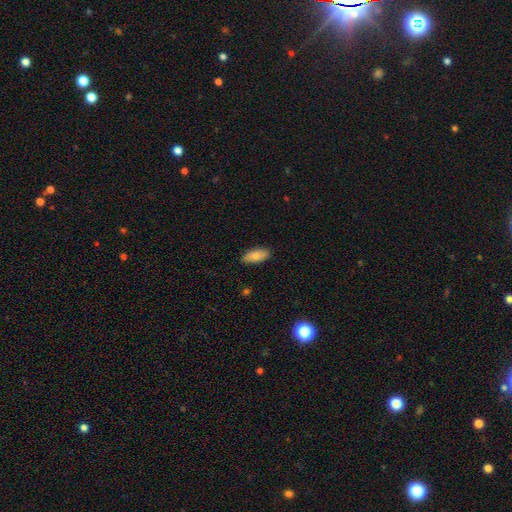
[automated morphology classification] smooth 82%, featured or disk 11%, star or artifact 6%. Down the decision tree: how rounded — in between (85%); merging — none (86%).